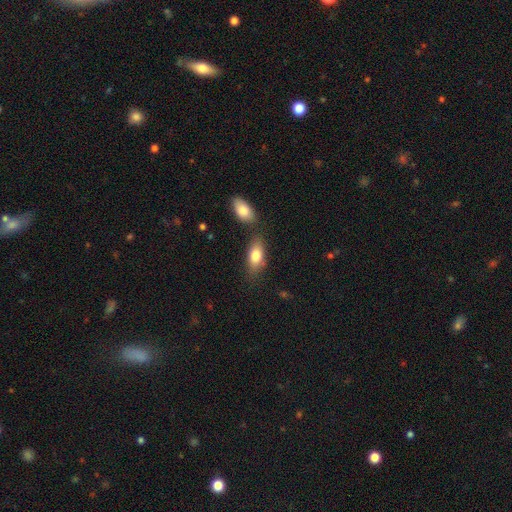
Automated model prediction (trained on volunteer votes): smooth-or-featured: smooth: 80% | featured or disk: 13% | star or artifact: 7%
  how-rounded: in between: 86% | cigar-shaped: 10% | round: 5%
  merging: none: 67% | merger: 15% | minor disturbance: 14% | major disturbance: 4%